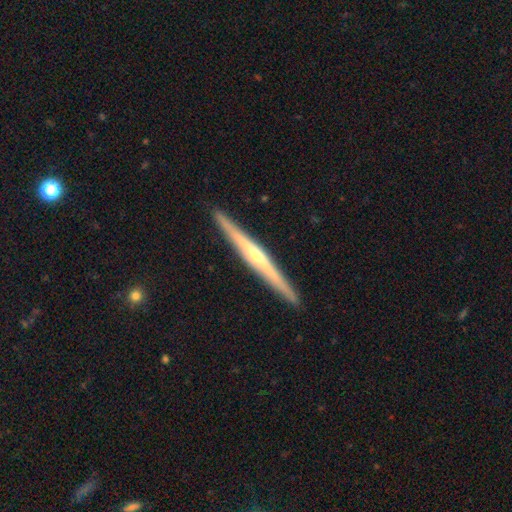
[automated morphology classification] A featured or disk galaxy (78%) viewed edge-on (98%) with a rounded central bulge (73%). Merging: none (93%).